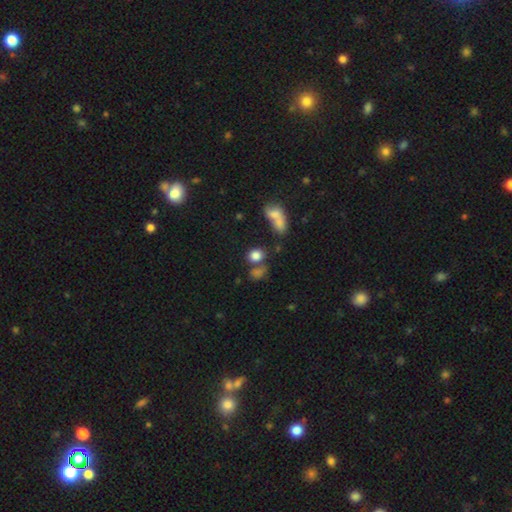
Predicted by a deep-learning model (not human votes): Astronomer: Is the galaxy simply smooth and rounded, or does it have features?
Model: smooth — 79%.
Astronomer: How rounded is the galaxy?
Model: round — 66%.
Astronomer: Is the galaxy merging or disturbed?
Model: none — 56%.